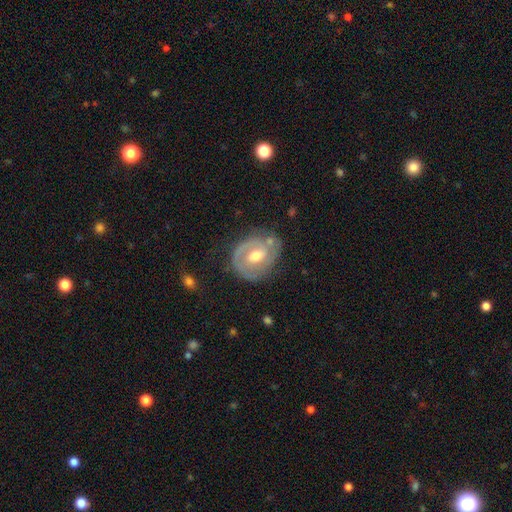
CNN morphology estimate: A featured or disk galaxy (79%) with a weak bar (48%), 2 (62%) tight (56%) spiral arms (86%) and a moderate central bulge (75%).

Vote fractions:
- Smooth or featured? featured or disk: 79% / smooth: 16% / star or artifact: 5%
- Edge-on disk? no: 97% / yes: 3%
- Bar? weak: 48% / no: 40% / strong: 12%
- Spiral arms? yes: 86% / no: 14%
- Spiral winding? tight: 56% / medium: 34% / loose: 10%
- Spiral arm count? 2: 62% / 1: 15% / can't tell: 15% / 3: 5% / 4: 2% / more than 4: 2%
- Bulge size? moderate: 75% / small: 14% / large: 8% / none: 1% / dominant: 1%
- Merging? none: 70% / minor disturbance: 20% / major disturbance: 7% / merger: 3%